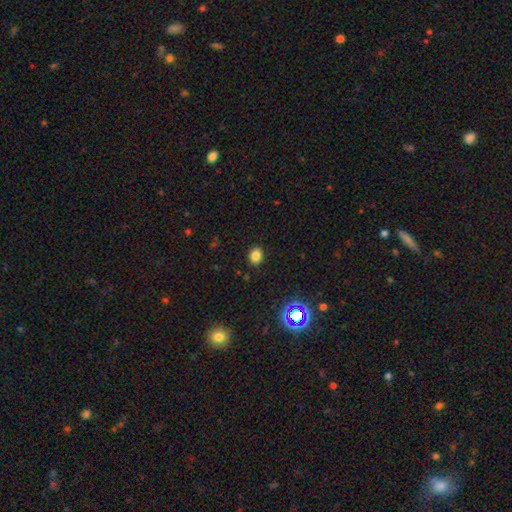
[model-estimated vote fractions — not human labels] This is clearly a smooth galaxy (81%). How rounded: possibly round (56%). Merging: clearly none (89%).